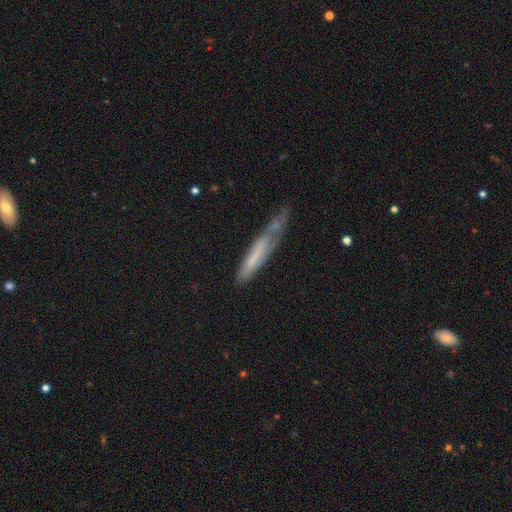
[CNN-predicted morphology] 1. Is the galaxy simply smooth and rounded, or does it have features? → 52% smooth, 39% featured or disk, 9% star or artifact.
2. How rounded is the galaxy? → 91% cigar-shaped, 8% in between, 1% round.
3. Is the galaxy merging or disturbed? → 40% none, 32% minor disturbance, 18% major disturbance, 9% merger.